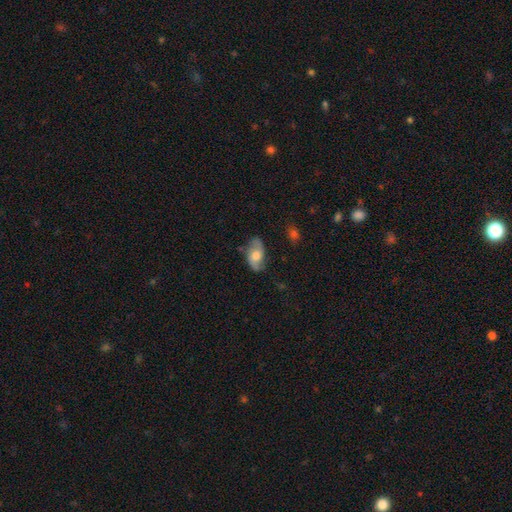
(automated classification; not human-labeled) This is possibly a featured or disk galaxy (55%). It is clearly not viewed edge-on (93%). Bar: likely no (69%). Spiral arm pattern: clearly yes (84%). Central bulge: likely moderate (64%). Merging: likely none (71%).